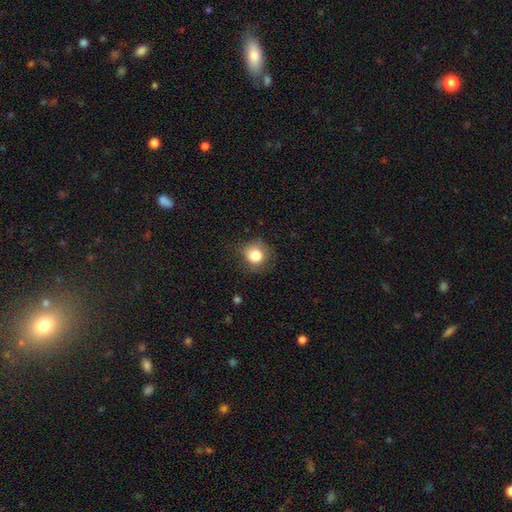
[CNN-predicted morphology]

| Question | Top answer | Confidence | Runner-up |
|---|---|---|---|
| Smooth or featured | smooth | 82% | star or artifact (10%) |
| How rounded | round | 82% | in between (17%) |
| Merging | none | 69% | minor disturbance (22%) |